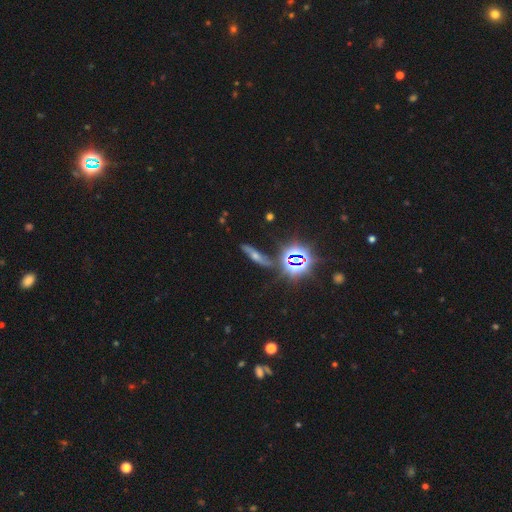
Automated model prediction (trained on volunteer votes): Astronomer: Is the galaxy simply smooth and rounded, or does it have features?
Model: featured or disk — 40% (runner-up: star or artifact, 37%).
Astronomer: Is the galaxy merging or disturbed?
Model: none — 74%.